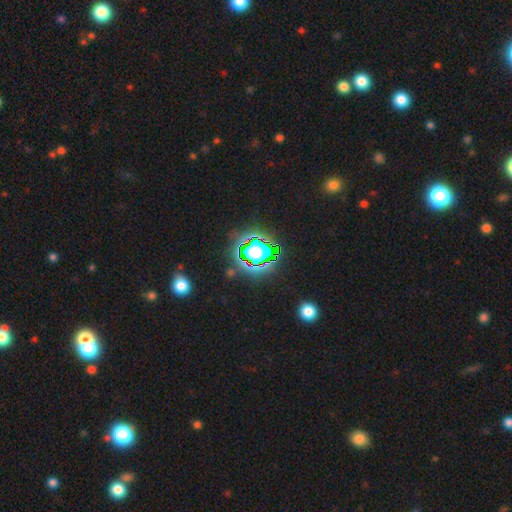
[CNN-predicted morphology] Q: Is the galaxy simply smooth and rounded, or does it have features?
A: star or artifact — 83%.